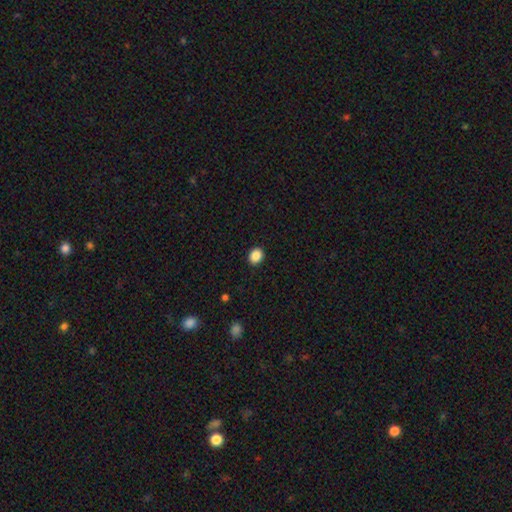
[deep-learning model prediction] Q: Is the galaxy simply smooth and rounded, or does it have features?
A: smooth — 88%.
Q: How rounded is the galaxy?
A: round — 63%.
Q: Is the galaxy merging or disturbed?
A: none — 92%.